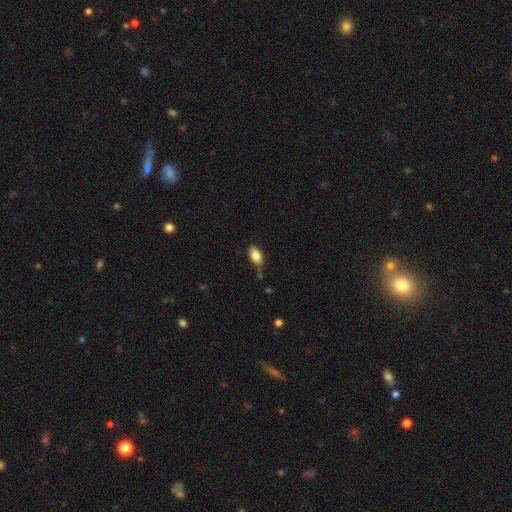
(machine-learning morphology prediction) Overall: smooth (83%). How rounded: in between (91%). Merging: none (70%).